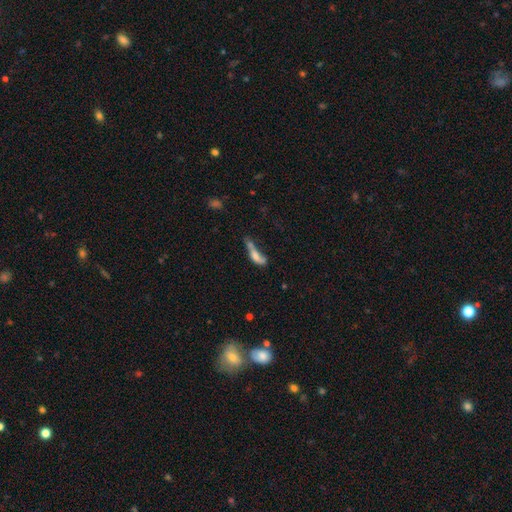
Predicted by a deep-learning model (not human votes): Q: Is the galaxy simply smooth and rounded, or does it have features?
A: smooth — 57%.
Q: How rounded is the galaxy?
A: cigar-shaped — 52%.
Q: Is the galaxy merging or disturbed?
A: merger — 30%.